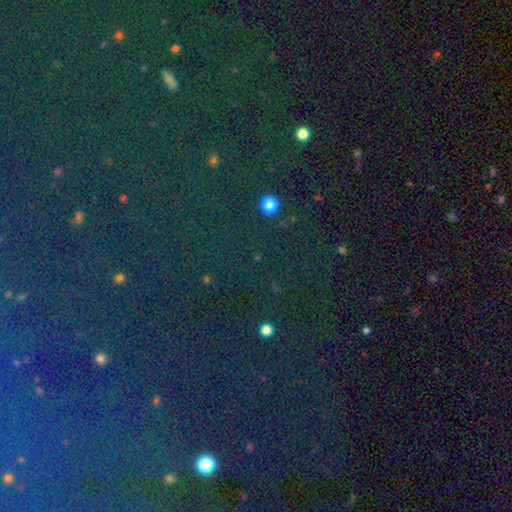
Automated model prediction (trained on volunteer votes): The model was most divided on "smooth or featured": star or artifact: 81%, smooth: 11%, featured or disk: 9%.